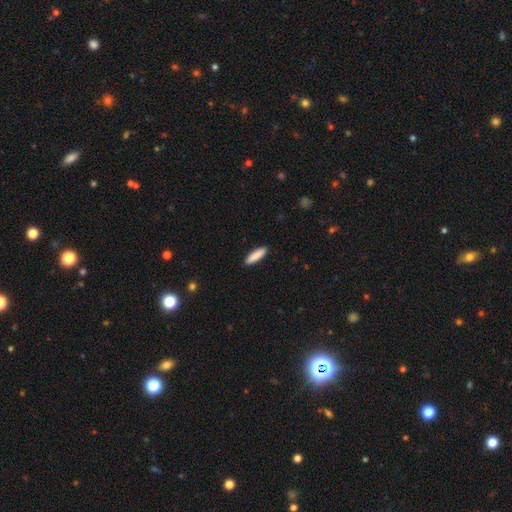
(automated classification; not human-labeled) Smooth or featured: smooth — 88% (featured or disk — 6%)
How rounded: cigar-shaped — 72% (in between — 26%)
Merging: none — 91% (minor disturbance — 7%)